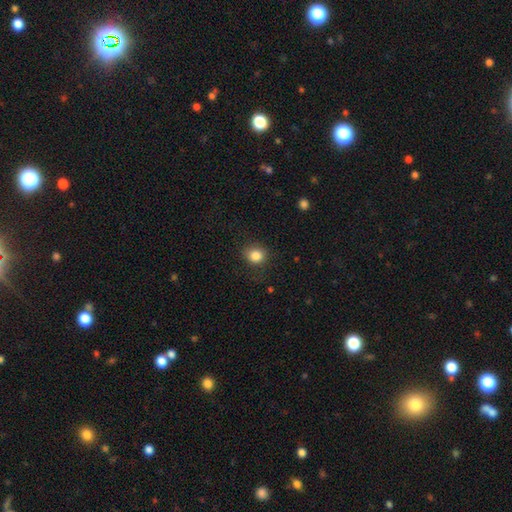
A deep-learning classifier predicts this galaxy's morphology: A smooth galaxy with no disk features (84%) that is round (75%). Merging: none (81%).